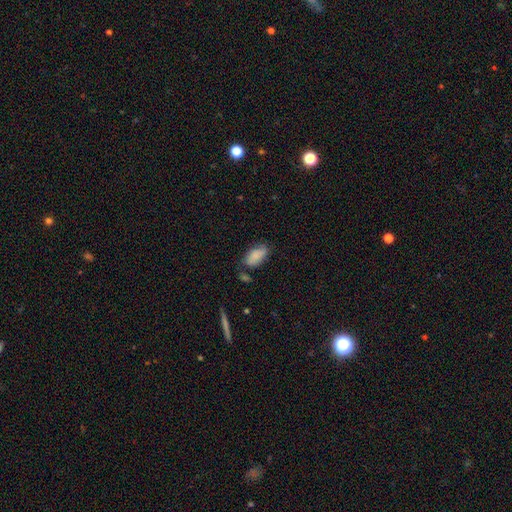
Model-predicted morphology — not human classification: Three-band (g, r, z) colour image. It shows a smooth galaxy with no disk features (83%) that is in between round and cigar-shaped (93%). Merging: none (65%).